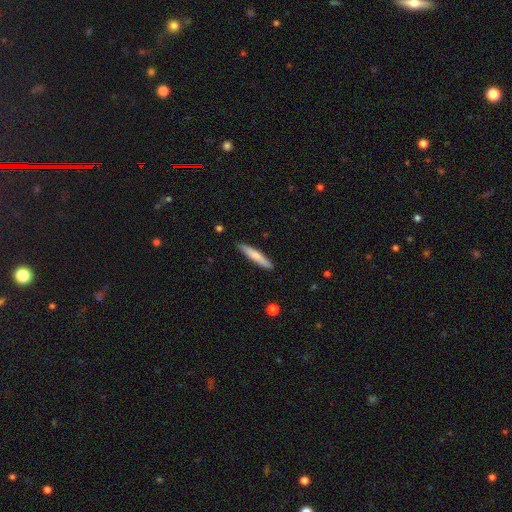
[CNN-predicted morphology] smooth 71%, featured or disk 24%, star or artifact 5%. Down the decision tree: how rounded — cigar-shaped (91%); merging — none (89%).